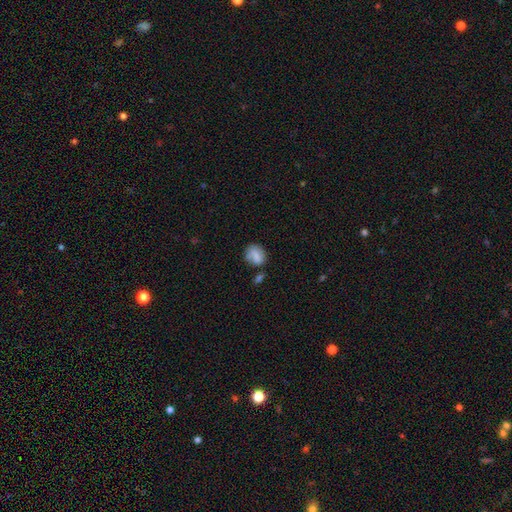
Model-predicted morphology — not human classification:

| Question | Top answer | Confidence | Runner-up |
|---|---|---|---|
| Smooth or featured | smooth | 72% | featured or disk (19%) |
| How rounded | round | 53% | in between (45%) |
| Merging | none | 57% | minor disturbance (25%) |